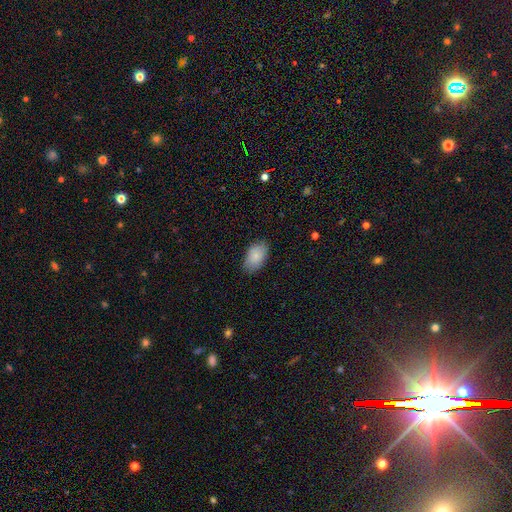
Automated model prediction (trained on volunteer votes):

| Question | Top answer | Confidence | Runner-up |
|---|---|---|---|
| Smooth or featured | smooth | 87% | featured or disk (7%) |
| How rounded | in between | 94% | round (5%) |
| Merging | none | 82% | minor disturbance (14%) |